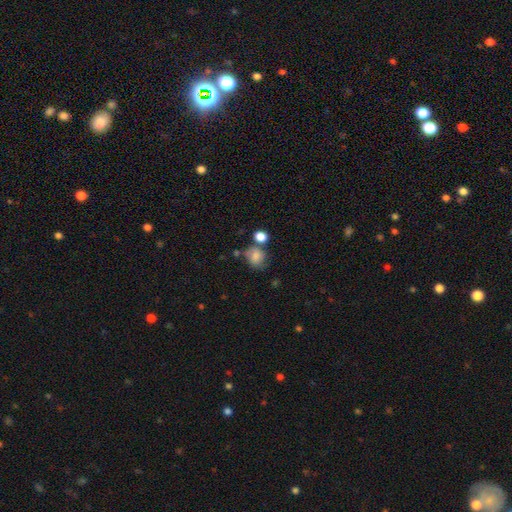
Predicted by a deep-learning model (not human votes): Smooth or featured? Predicted: smooth (p=0.73). How rounded? Predicted: round (p=0.64). Merging? Predicted: none (p=0.50).